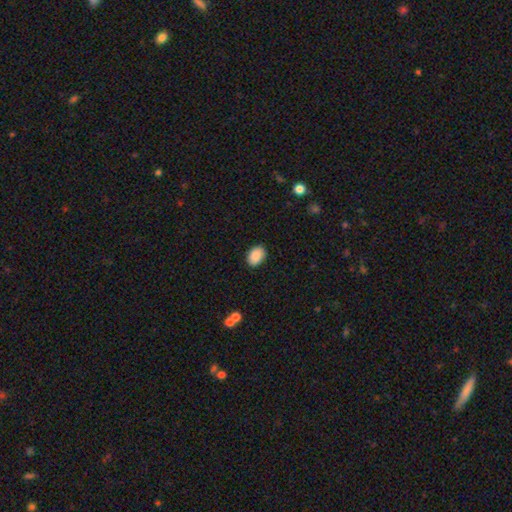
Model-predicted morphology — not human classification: Overall: smooth (89%). How rounded: in between (80%). Merging: none (88%).